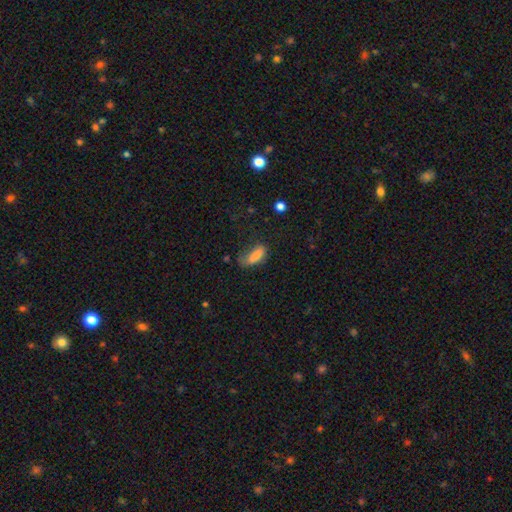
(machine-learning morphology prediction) Overall: smooth (79%). How rounded: in between (64%; cigar-shaped 34%). Merging: none (42%; minor disturbance 32%).